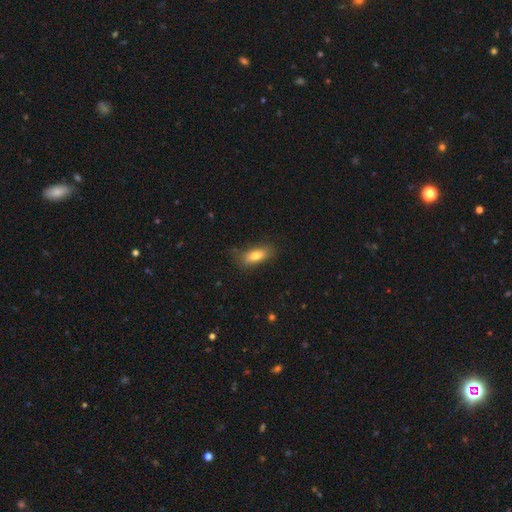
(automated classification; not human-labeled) A smooth galaxy with no disk features (75%) that is in between round and cigar-shaped (77%). Merging: none (67%).